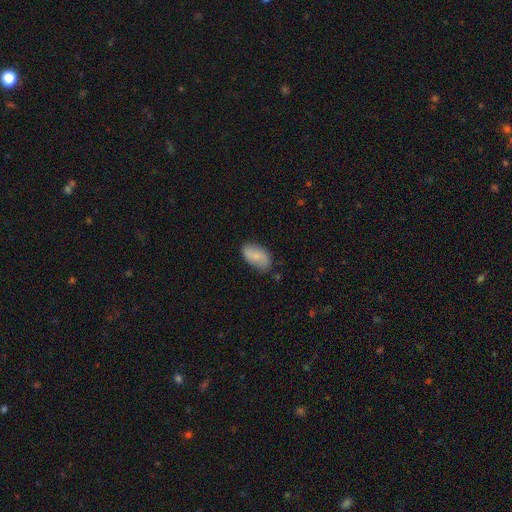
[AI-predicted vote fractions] smooth 70%, featured or disk 23%, star or artifact 7%. Down the decision tree: how rounded — in between (93%); merging — none (74%).